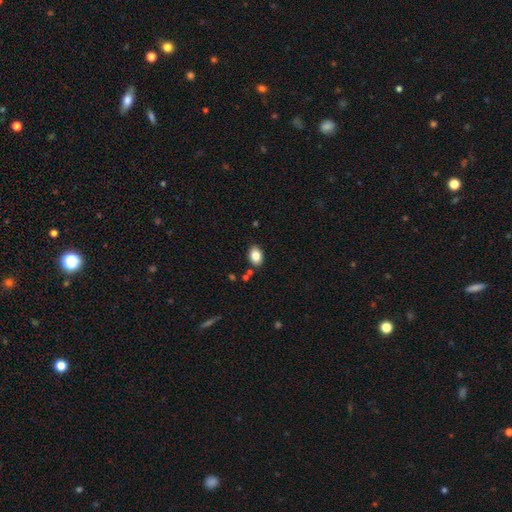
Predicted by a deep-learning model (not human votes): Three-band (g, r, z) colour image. It shows a smooth galaxy with no disk features (85%) that is in between round and cigar-shaped (79%). Merging: none (84%).